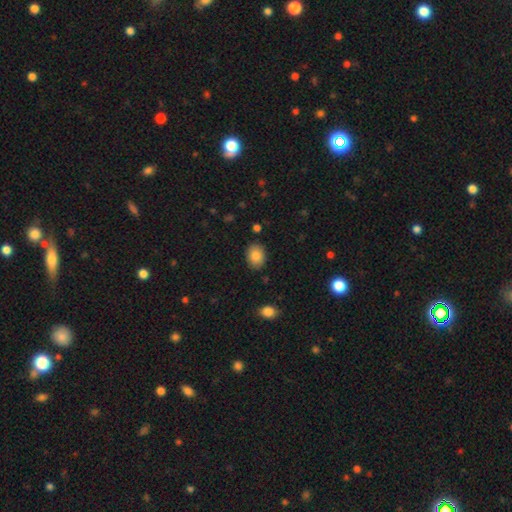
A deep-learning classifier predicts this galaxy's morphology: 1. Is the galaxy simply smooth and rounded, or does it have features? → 85% smooth, 8% star or artifact, 7% featured or disk.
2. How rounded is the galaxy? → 65% in between, 34% round, 1% cigar-shaped.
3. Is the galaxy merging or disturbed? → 87% none, 9% minor disturbance, 2% major disturbance, 2% merger.